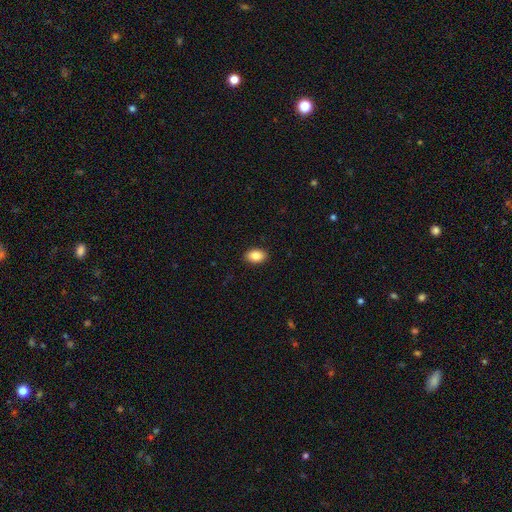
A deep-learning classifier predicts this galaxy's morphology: A smooth galaxy with no disk features (86%) that is in between round and cigar-shaped (85%). Merging: none (90%).